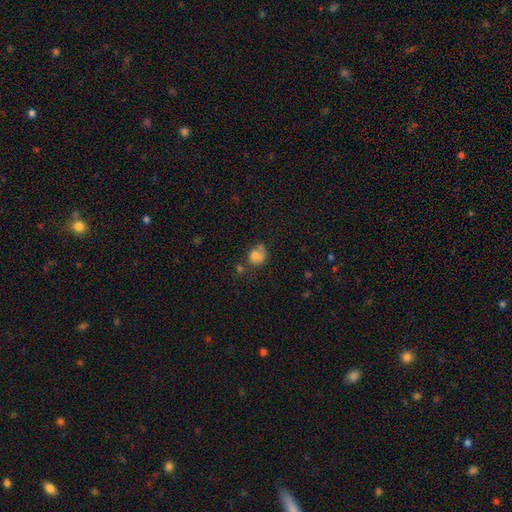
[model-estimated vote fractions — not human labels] This is likely a smooth galaxy (68%). How rounded: likely round (61%). Merging: marginally none (37%).